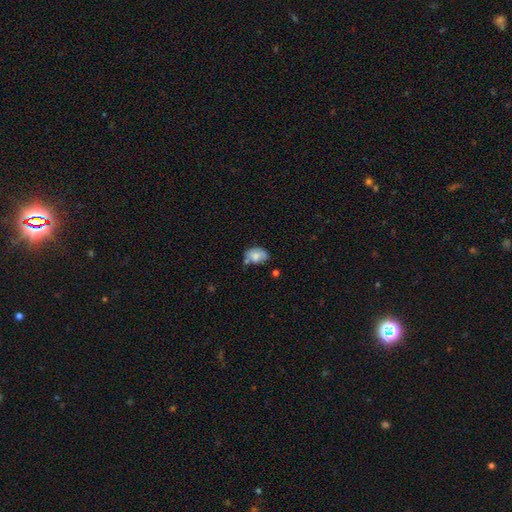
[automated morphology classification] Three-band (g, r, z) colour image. It shows a smooth galaxy with no disk features (80%) that is in between round and cigar-shaped (82%). Merging: none (50%).